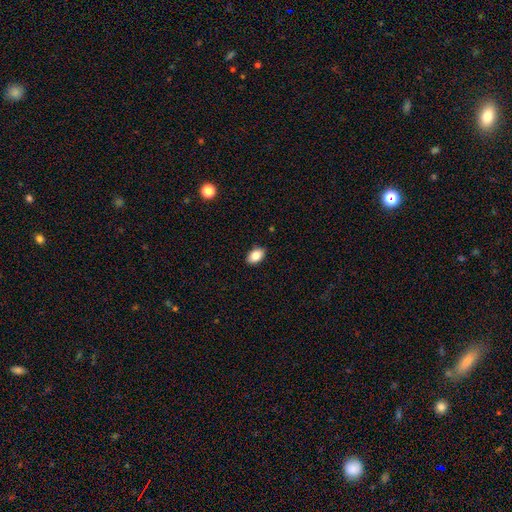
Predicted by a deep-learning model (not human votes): A smooth galaxy with no disk features (86%) that is in between round and cigar-shaped (88%). Merging: none (89%).